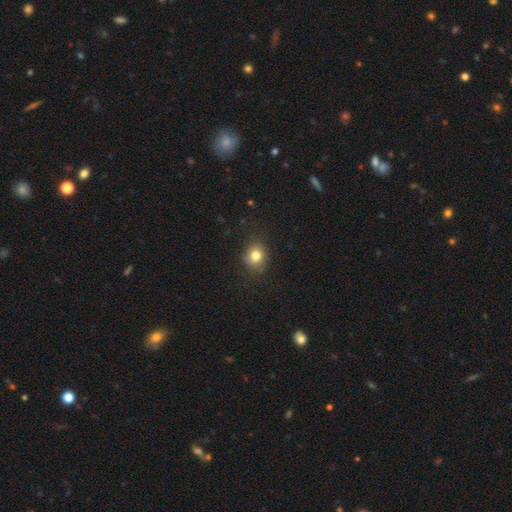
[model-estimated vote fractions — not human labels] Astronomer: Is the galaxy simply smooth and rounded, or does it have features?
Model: smooth — 80%.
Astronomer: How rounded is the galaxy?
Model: round — 74%.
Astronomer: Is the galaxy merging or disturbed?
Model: none — 80%.